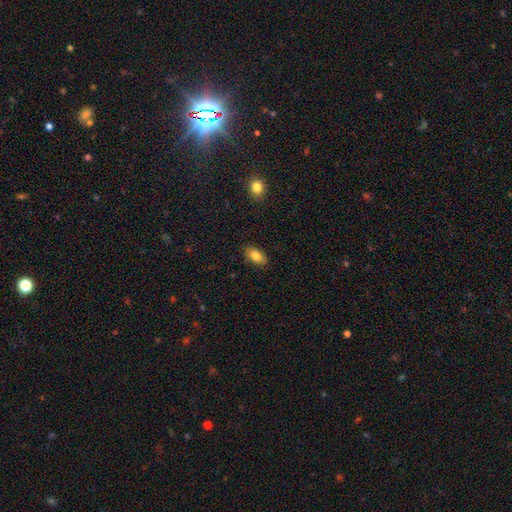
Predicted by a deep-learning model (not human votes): A smooth galaxy with no disk features (83%) that is in between round and cigar-shaped (91%).

Vote fractions:
- Smooth or featured? smooth: 83% / featured or disk: 10% / star or artifact: 8%
- How rounded? in between: 91% / round: 6% / cigar-shaped: 3%
- Merging? none: 87% / minor disturbance: 10% / major disturbance: 2% / merger: 1%